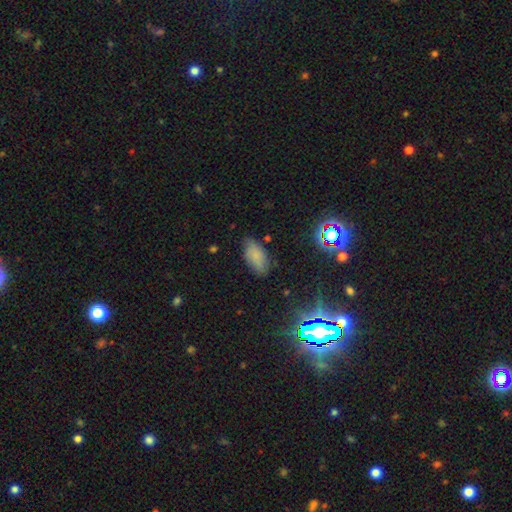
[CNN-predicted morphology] This is likely a smooth galaxy (74%). How rounded: clearly in between (92%). Merging: likely none (74%).